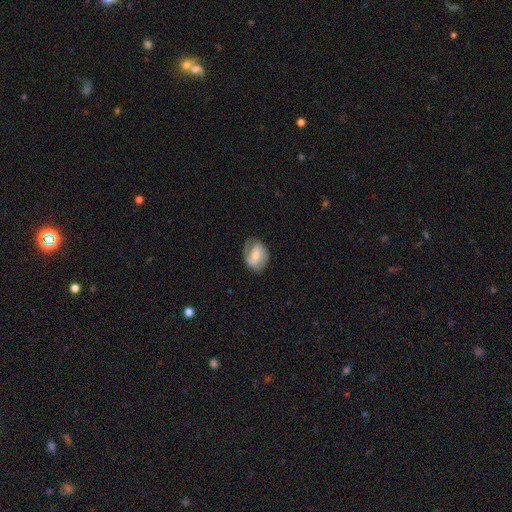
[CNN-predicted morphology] The model was most divided on "bulge size" (2-way tie): moderate: 45%, small: 45%, none: 5%, large: 4%, dominant: 1%. Remaining: edge-on disk — no (96%); spiral arms — yes (83%); merging — none (62%); smooth or featured — featured or disk (56%); bar — weak (44%).